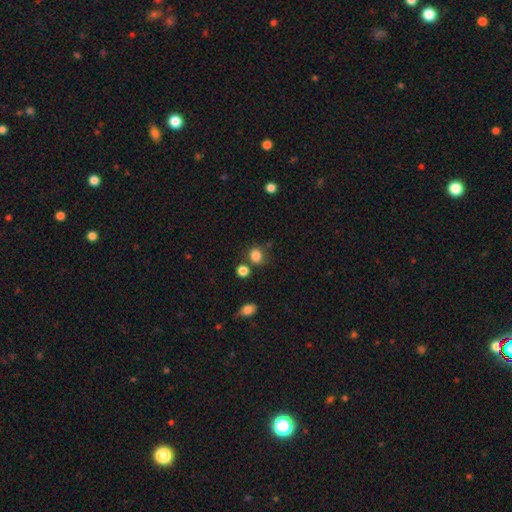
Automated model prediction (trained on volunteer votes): smooth-or-featured: smooth: 83% | star or artifact: 12% | featured or disk: 5%
  how-rounded: round: 67% | in between: 32% | cigar-shaped: 1%
  merging: none: 69% | minor disturbance: 14% | merger: 12% | major disturbance: 5%